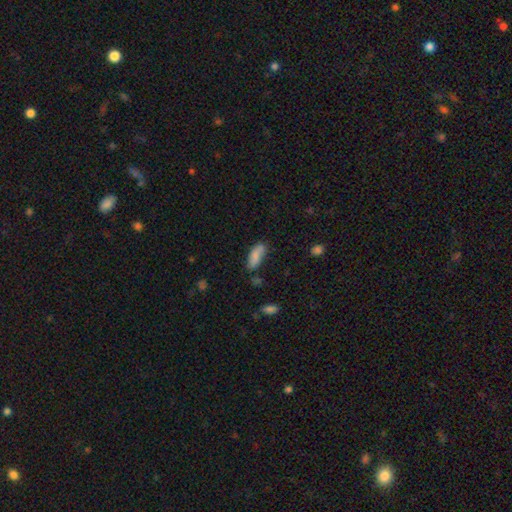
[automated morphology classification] smooth-or-featured: smooth: 81% | featured or disk: 11% | star or artifact: 7%
  how-rounded: in between: 73% | cigar-shaped: 25% | round: 2%
  merging: none: 61% | minor disturbance: 25% | merger: 9% | major disturbance: 6%